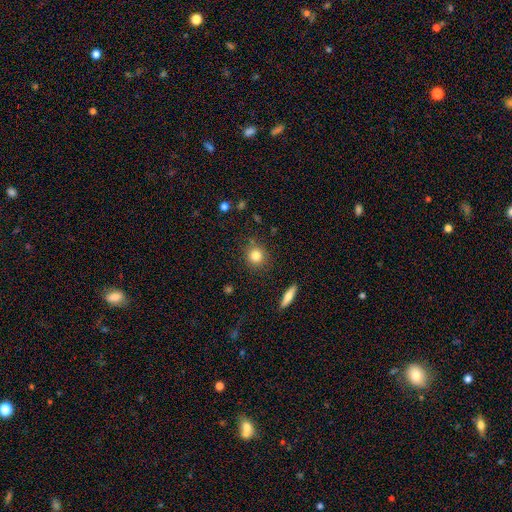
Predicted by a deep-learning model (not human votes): Smooth or featured? Predicted: smooth (p=0.82). How rounded? Predicted: round (p=0.88). Merging? Predicted: none (p=0.87).